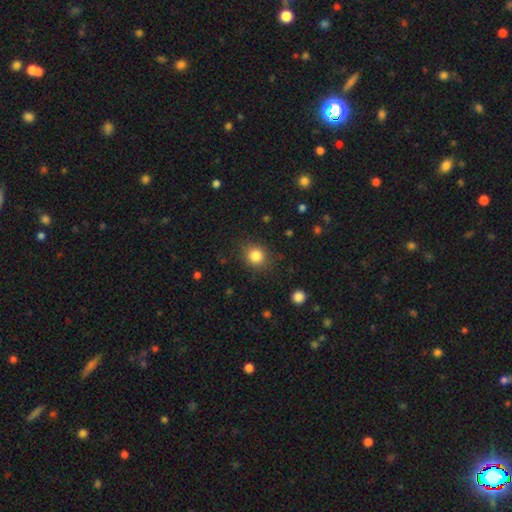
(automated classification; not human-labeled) Smooth or featured?
  - smooth: 84% *
  - star or artifact: 11%
  - featured or disk: 5%
How rounded?
  - round: 85% *
  - in between: 14%
  - cigar-shaped: 1%
Merging?
  - none: 86% *
  - minor disturbance: 9%
  - major disturbance: 4%
  - merger: 1%